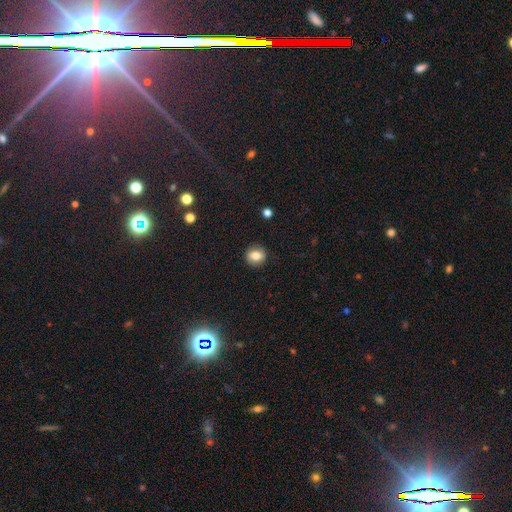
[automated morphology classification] smooth 78%, featured or disk 12%, star or artifact 10%. Down the decision tree: how rounded — round (83%); merging — none (90%).